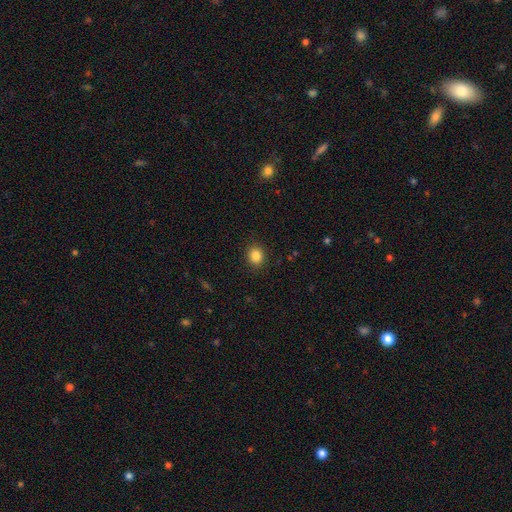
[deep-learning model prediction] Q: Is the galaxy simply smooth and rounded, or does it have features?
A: smooth — 85%.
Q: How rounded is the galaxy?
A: round — 69%.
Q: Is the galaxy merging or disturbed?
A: none — 90%.